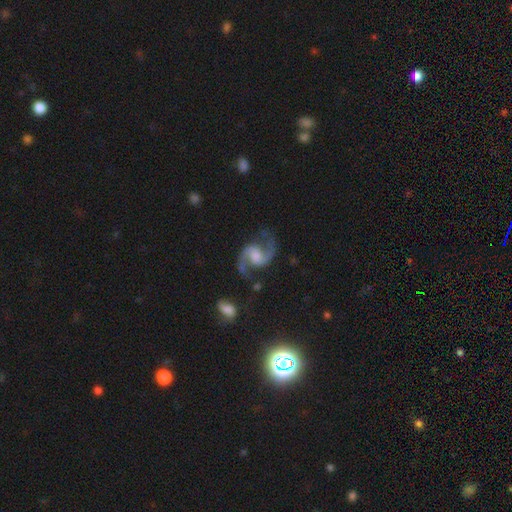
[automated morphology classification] Q: Smooth or featured?
A: featured or disk (92%); runner-up: star or artifact (4%)
Q: Edge-on disk?
A: no (98%); runner-up: yes (2%)
Q: Bar?
A: weak (47%); runner-up: no (40%)
Q: Spiral arms?
A: yes (98%); runner-up: no (2%)
Q: Spiral winding?
A: medium (53%); runner-up: loose (39%)
Q: Spiral arm count?
A: 2 (94%); runner-up: can't tell (1%)
Q: Bulge size?
A: moderate (38%); runner-up: small (24%)
Q: Merging?
A: none (78%); runner-up: minor disturbance (13%)